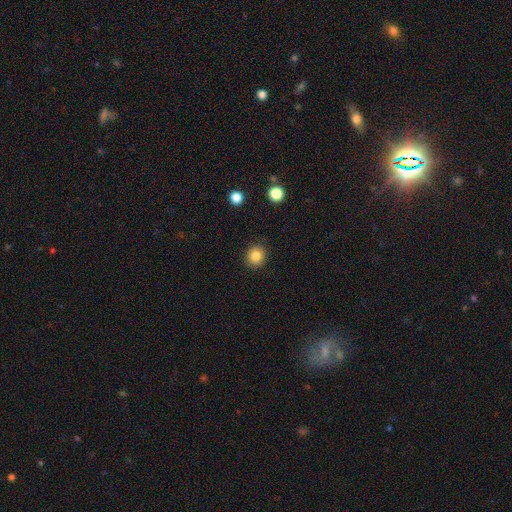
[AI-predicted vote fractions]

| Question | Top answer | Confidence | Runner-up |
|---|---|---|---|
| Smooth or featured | smooth | 84% | star or artifact (10%) |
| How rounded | round | 85% | in between (14%) |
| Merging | none | 90% | minor disturbance (7%) |